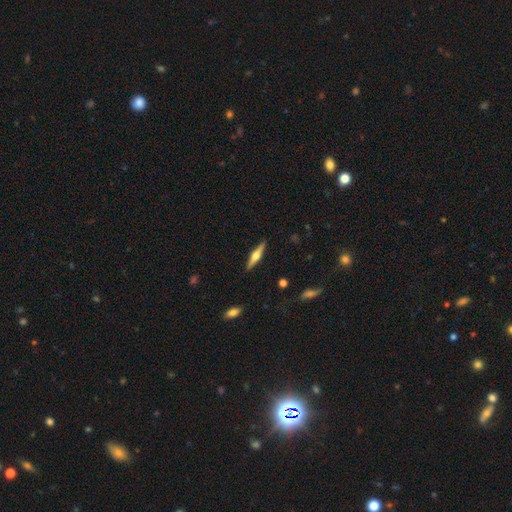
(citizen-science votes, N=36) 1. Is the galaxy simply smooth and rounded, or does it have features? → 64% featured or disk, 31% smooth, 6% star or artifact.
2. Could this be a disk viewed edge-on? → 100% yes, 0% no.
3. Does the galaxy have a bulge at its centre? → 100% rounded, 0% boxy, 0% none.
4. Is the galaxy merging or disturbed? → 97% none, 3% major disturbance, 0% minor disturbance, 0% merger.